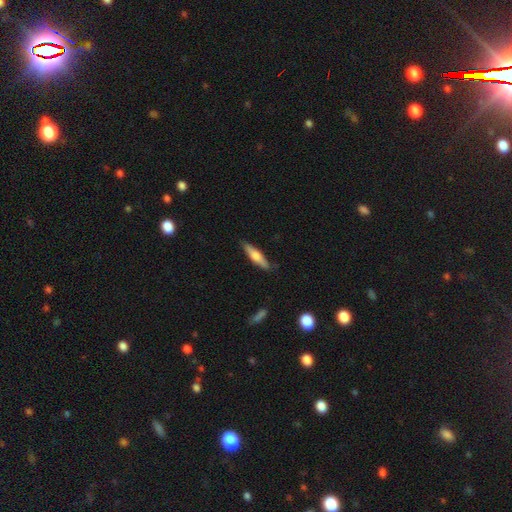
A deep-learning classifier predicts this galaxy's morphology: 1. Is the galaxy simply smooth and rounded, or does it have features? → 58% smooth, 37% featured or disk, 6% star or artifact.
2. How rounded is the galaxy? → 75% cigar-shaped, 24% in between, 2% round.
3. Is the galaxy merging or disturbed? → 84% none, 12% minor disturbance, 2% major disturbance, 1% merger.